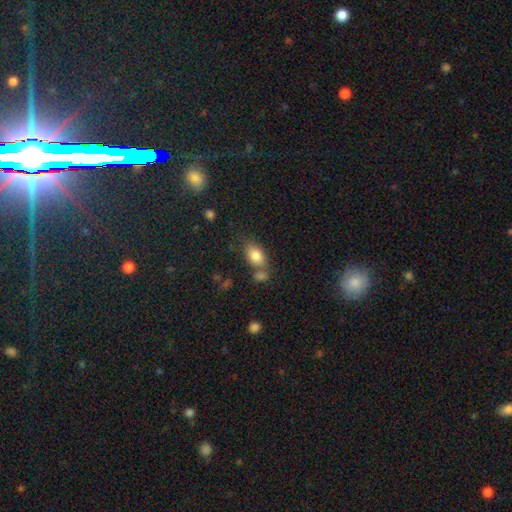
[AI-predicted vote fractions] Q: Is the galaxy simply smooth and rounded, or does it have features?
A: smooth — 82%.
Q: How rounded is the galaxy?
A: in between — 83%.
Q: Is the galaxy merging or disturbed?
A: none — 55%.